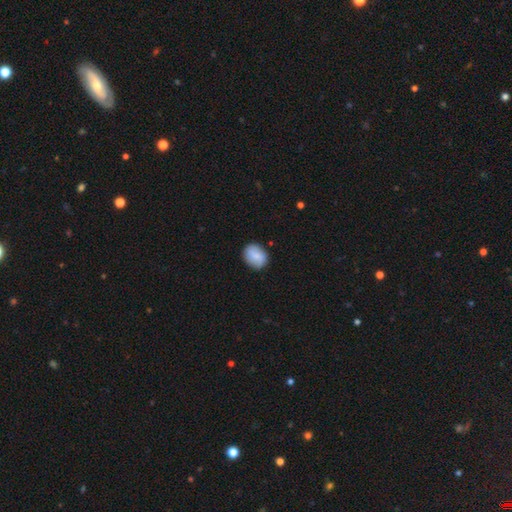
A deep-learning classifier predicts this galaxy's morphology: Smooth or featured? smooth (78%)
How rounded? round (52%)
Merging? none (83%)